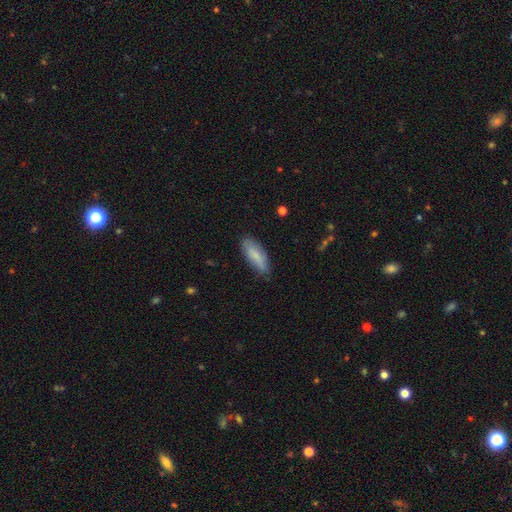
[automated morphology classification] smooth-or-featured: smooth: 80% | featured or disk: 14% | star or artifact: 6%
  how-rounded: in between: 60% | cigar-shaped: 38% | round: 2%
  merging: none: 80% | minor disturbance: 16% | major disturbance: 3% | merger: 1%